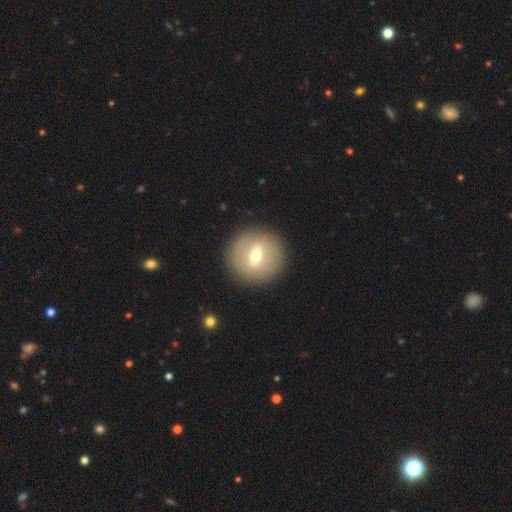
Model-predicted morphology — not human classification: Q: Smooth or featured?
A: featured or disk (49%); runner-up: smooth (43%)
Q: Merging?
A: none (89%); runner-up: minor disturbance (7%)